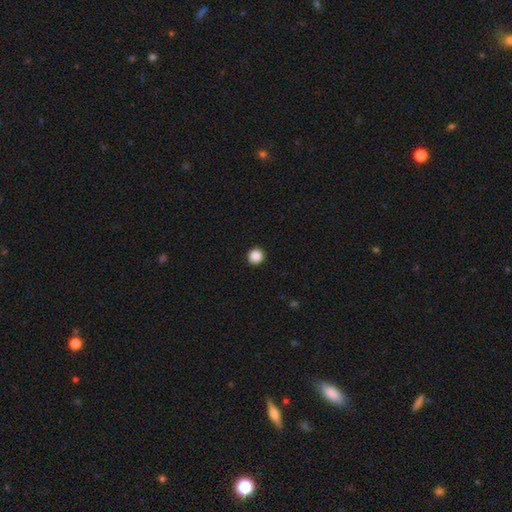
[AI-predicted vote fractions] This is clearly a smooth galaxy (88%). How rounded: clearly round (96%). Merging: clearly none (94%).